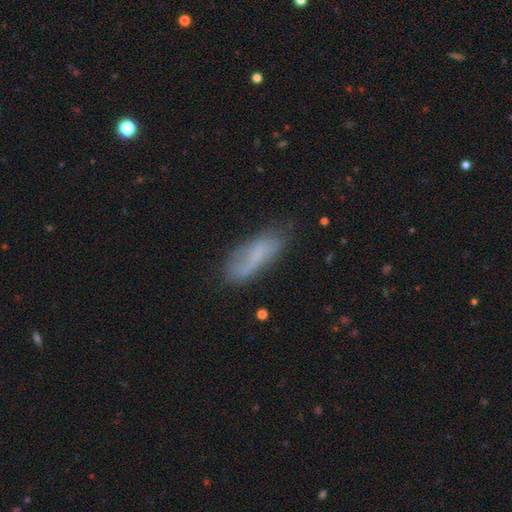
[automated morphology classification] A smooth galaxy with no disk features (61%) that is in between round and cigar-shaped (63%).

Vote fractions:
- Smooth or featured? smooth: 61% / featured or disk: 30% / star or artifact: 9%
- How rounded? in between: 63% / cigar-shaped: 35% / round: 2%
- Merging? none: 61% / minor disturbance: 26% / major disturbance: 10% / merger: 3%